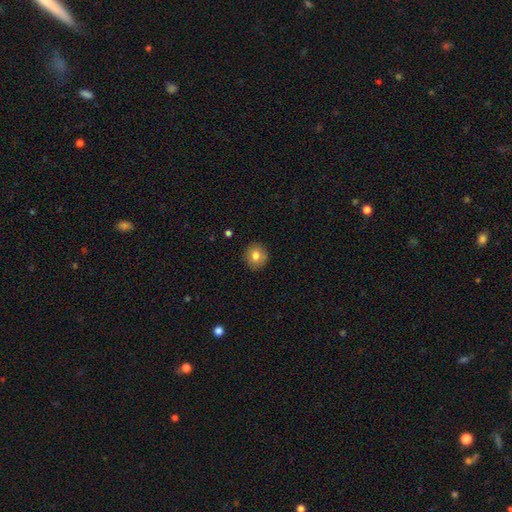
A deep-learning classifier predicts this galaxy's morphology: smooth 80%, featured or disk 10%, star or artifact 10%. Down the decision tree: how rounded — round (91%); merging — none (90%).